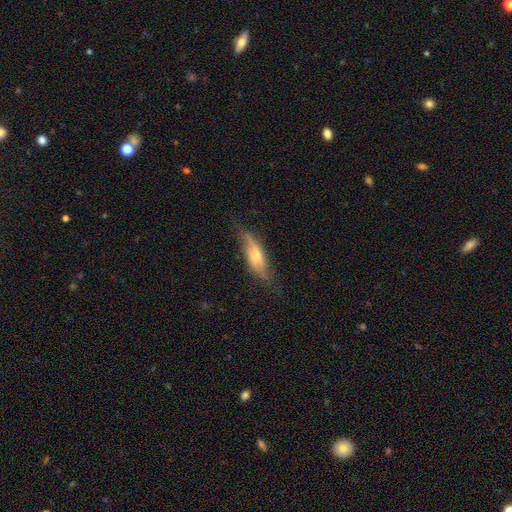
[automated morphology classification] Smooth or featured: smooth — 48% (featured or disk — 45%)
Merging: none — 61% (minor disturbance — 28%)